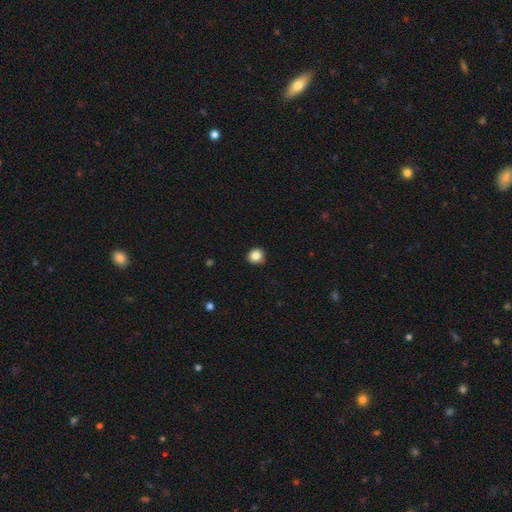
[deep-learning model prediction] smooth_or_featured: smooth (p=0.84) [alt: star or artifact p=0.11]
how_rounded: round (p=0.89) [alt: in between p=0.10]
merging: none (p=0.83) [alt: minor disturbance p=0.13]